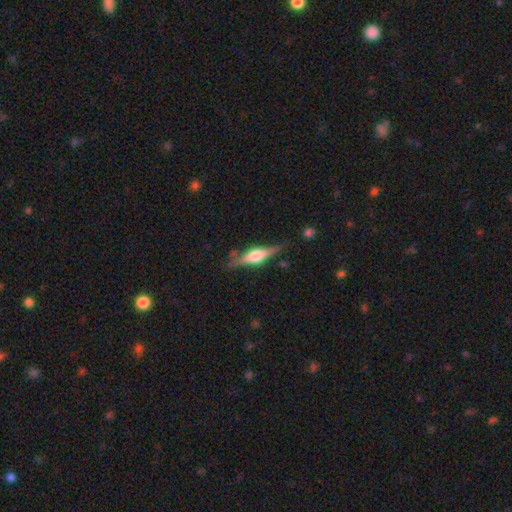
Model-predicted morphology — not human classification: This is likely a featured or disk galaxy (70%). It is clearly viewed edge-on (96%). Edge-on bulge: clearly rounded (86%). Merging: clearly none (81%).